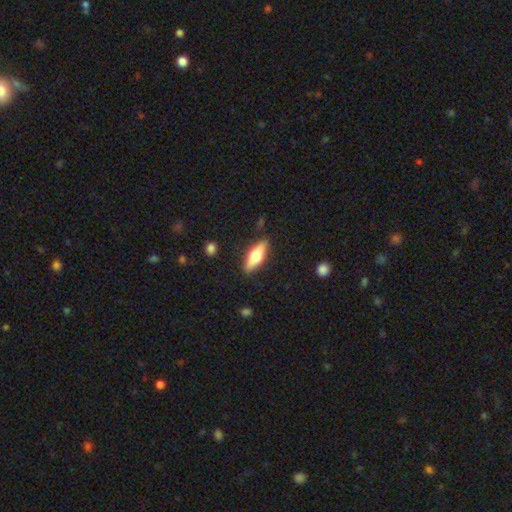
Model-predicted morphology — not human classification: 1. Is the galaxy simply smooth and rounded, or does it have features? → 58% smooth, 37% featured or disk, 6% star or artifact.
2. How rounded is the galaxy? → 52% in between, 46% cigar-shaped, 2% round.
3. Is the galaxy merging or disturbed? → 86% none, 10% minor disturbance, 2% major disturbance, 1% merger.